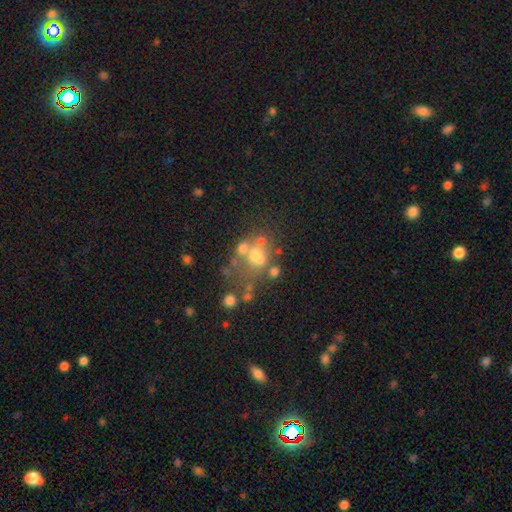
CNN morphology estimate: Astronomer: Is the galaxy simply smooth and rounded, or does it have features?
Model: smooth — 41% (runner-up: featured or disk, 38%).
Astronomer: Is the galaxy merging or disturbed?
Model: none — 36%, tied with merger at 36%.